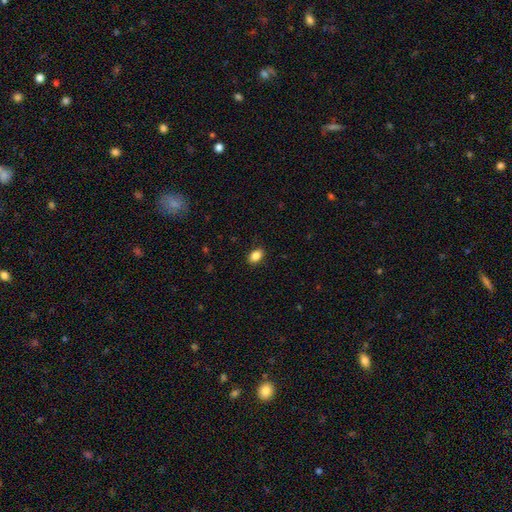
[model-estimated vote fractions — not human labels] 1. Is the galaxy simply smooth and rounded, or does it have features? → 87% smooth, 9% star or artifact, 4% featured or disk.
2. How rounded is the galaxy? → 83% in between, 16% round, 1% cigar-shaped.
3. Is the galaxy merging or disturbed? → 89% none, 8% minor disturbance, 2% major disturbance, 1% merger.